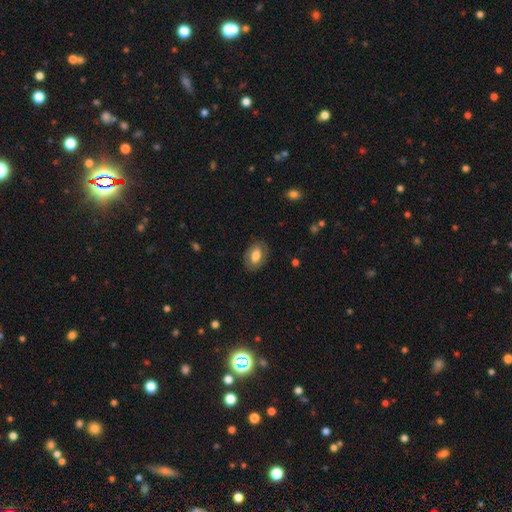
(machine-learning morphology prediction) Smooth or featured? Predicted: smooth (p=0.65). How rounded? Predicted: in between (p=0.86). Merging? Predicted: none (p=0.82).